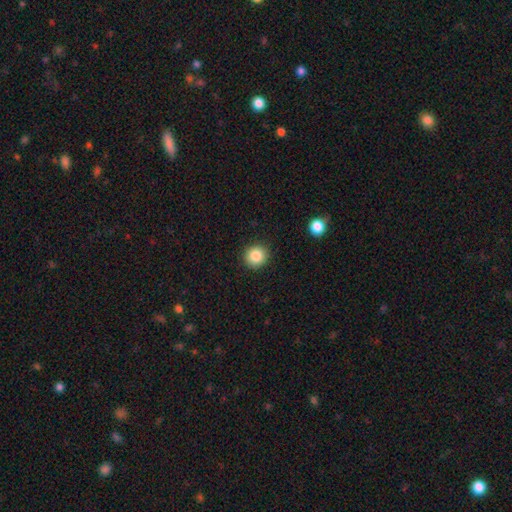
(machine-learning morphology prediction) Smooth or featured?
  - smooth: 86% *
  - star or artifact: 10%
  - featured or disk: 5%
How rounded?
  - round: 91% *
  - in between: 8%
  - cigar-shaped: 1%
Merging?
  - none: 91% *
  - minor disturbance: 6%
  - major disturbance: 2%
  - merger: 1%